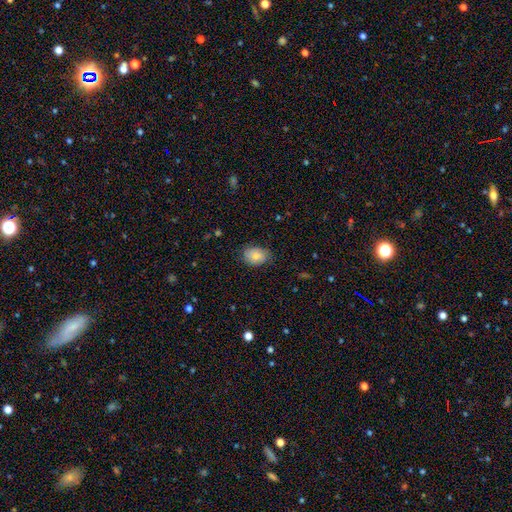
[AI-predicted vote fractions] smooth_or_featured: smooth (p=0.76) [alt: featured or disk p=0.17]
how_rounded: in between (p=0.72) [alt: round p=0.27]
merging: none (p=0.73) [alt: minor disturbance p=0.21]